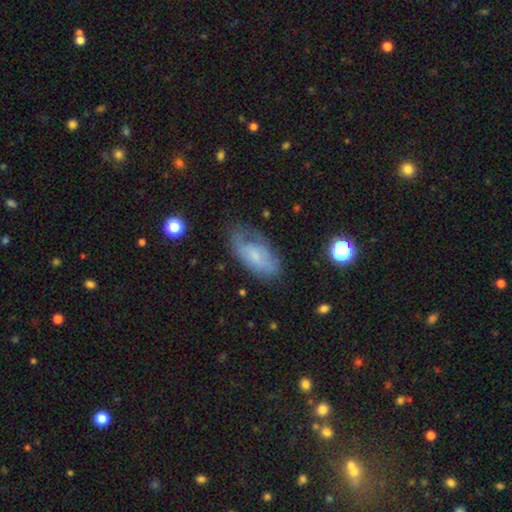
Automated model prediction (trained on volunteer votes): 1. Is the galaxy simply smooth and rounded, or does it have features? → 52% smooth, 40% featured or disk, 8% star or artifact.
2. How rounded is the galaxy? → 88% in between, 9% cigar-shaped, 3% round.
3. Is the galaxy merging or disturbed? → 52% none, 29% minor disturbance, 17% major disturbance, 2% merger.